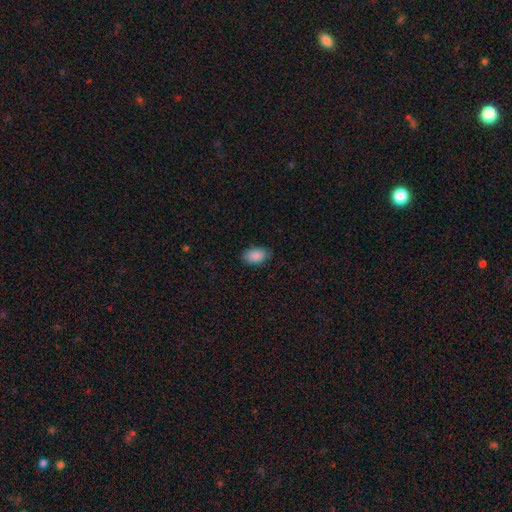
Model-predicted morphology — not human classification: type=smooth (89%); roundness=in between (92%); merging=none (81%).